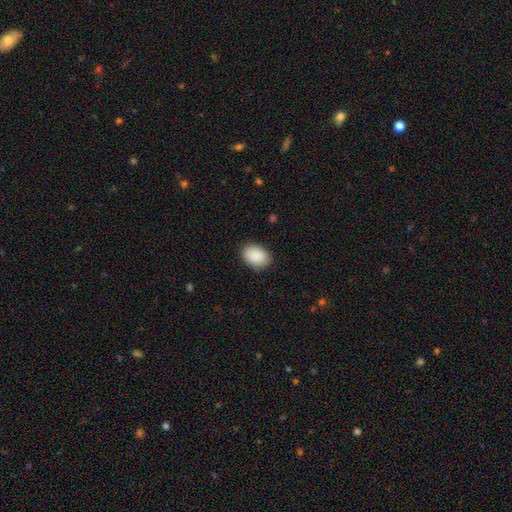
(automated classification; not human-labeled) A smooth galaxy with no disk features (91%) that is in between round and cigar-shaped (84%). Merging: none (88%).